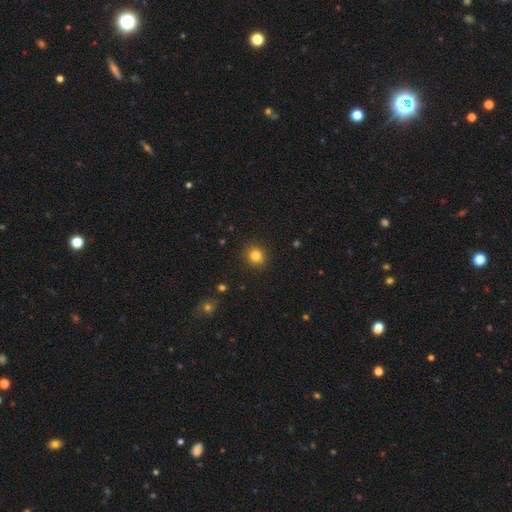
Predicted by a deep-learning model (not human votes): A smooth galaxy with no disk features (82%) that is round (82%).

Vote fractions:
- Smooth or featured? smooth: 82% / star or artifact: 12% / featured or disk: 6%
- How rounded? round: 82% / in between: 17% / cigar-shaped: 1%
- Merging? none: 89% / minor disturbance: 7% / major disturbance: 2% / merger: 1%